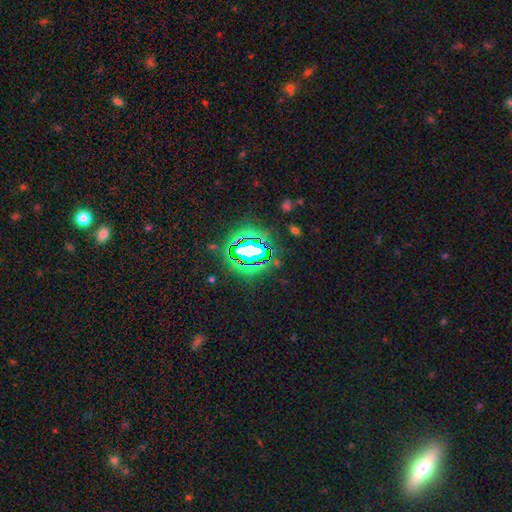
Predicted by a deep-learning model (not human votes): Smooth or featured? Predicted: star or artifact (p=0.79).